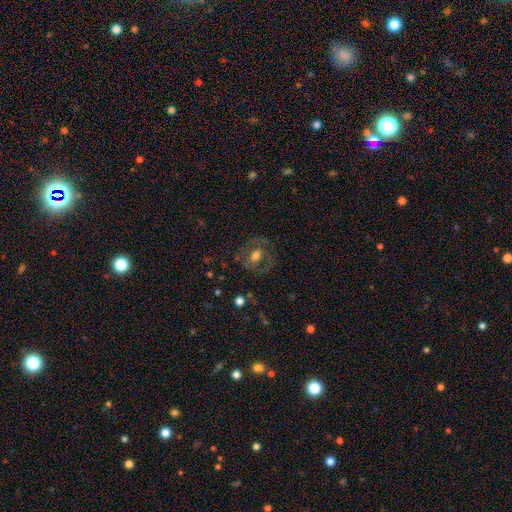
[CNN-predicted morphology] smooth_or_featured: featured or disk (p=0.48) [alt: smooth p=0.42]
merging: none (p=0.69) [alt: minor disturbance p=0.17]